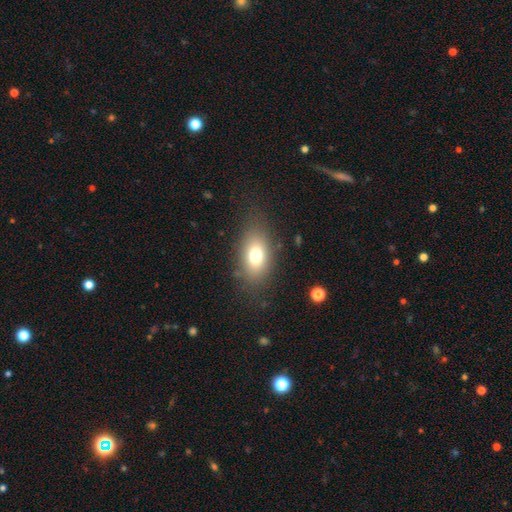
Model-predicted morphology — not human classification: Smooth or featured?
  - smooth: 74% *
  - featured or disk: 15%
  - star or artifact: 11%
How rounded?
  - in between: 83% *
  - round: 14%
  - cigar-shaped: 3%
Merging?
  - none: 78% *
  - minor disturbance: 14%
  - major disturbance: 7%
  - merger: 1%